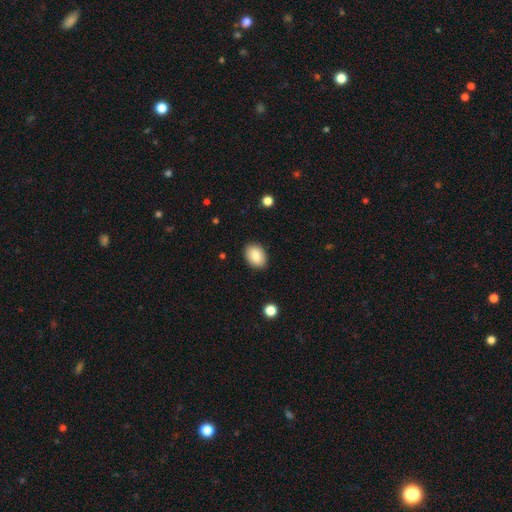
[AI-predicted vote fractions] smooth 84%, featured or disk 9%, star or artifact 7%. Down the decision tree: how rounded — in between (79%); merging — none (88%).